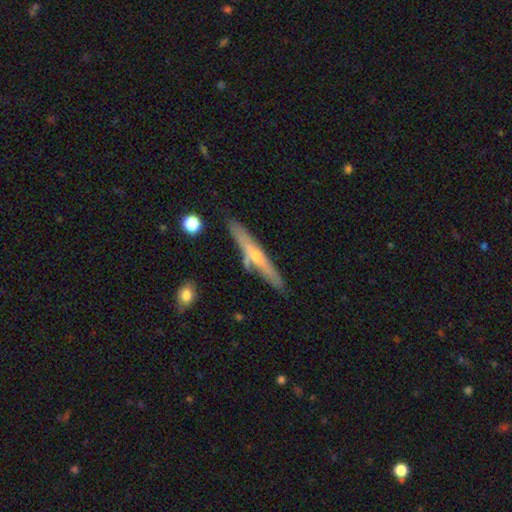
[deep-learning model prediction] This appears to be a featured or disk galaxy (60%) viewed edge-on (90%) with a rounded central bulge (74%). Merging: none (76%).